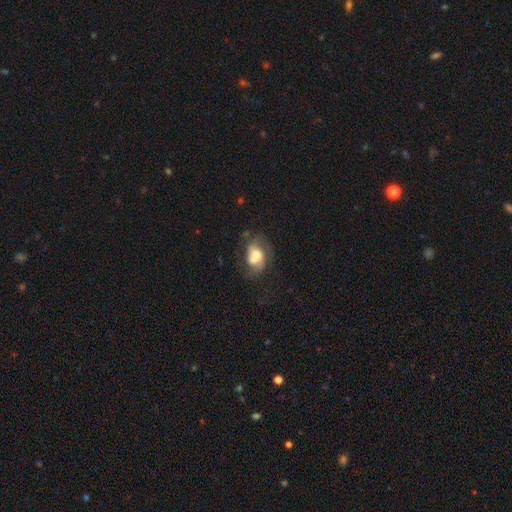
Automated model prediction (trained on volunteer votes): Overall: featured or disk (49%; smooth 42%). Merging: none (35%; merger 27%).